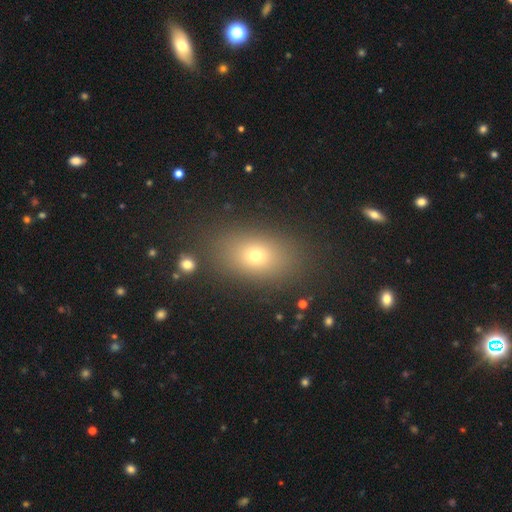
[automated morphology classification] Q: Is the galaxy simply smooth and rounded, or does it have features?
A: smooth — 69%.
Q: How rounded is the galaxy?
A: in between — 76%.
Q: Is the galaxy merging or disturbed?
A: none — 86%.